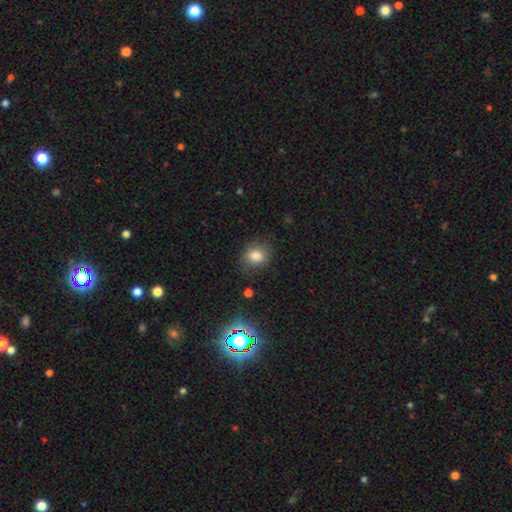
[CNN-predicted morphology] smooth-or-featured: smooth: 78% | star or artifact: 12% | featured or disk: 9%
  how-rounded: round: 57% | in between: 42% | cigar-shaped: 1%
  merging: none: 74% | minor disturbance: 18% | major disturbance: 6% | merger: 2%